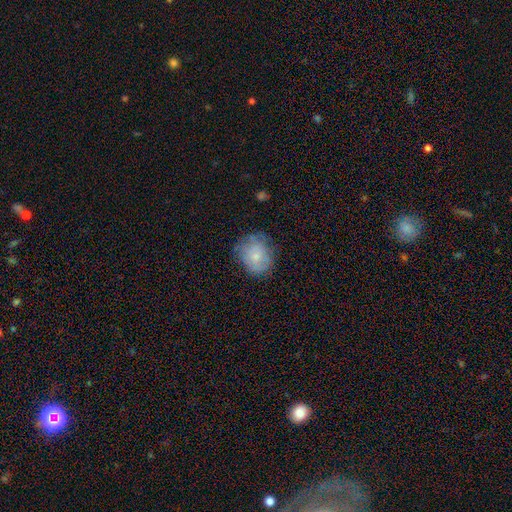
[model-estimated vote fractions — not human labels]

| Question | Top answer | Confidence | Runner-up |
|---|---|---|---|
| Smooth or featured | smooth | 68% | featured or disk (23%) |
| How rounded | round | 62% | in between (37%) |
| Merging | none | 60% | minor disturbance (29%) |